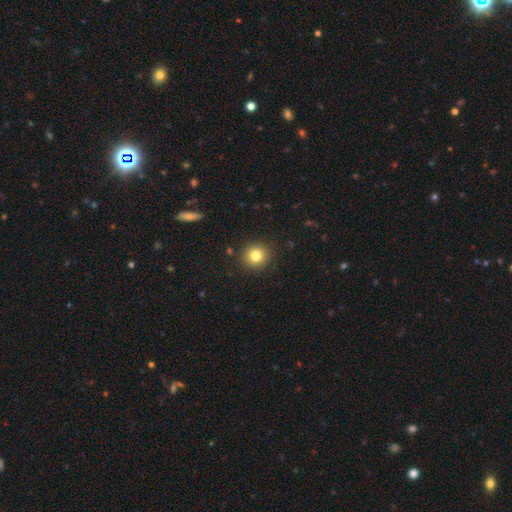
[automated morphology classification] Smooth or featured: smooth — 80% (star or artifact — 12%)
How rounded: round — 91% (in between — 8%)
Merging: none — 90% (minor disturbance — 7%)